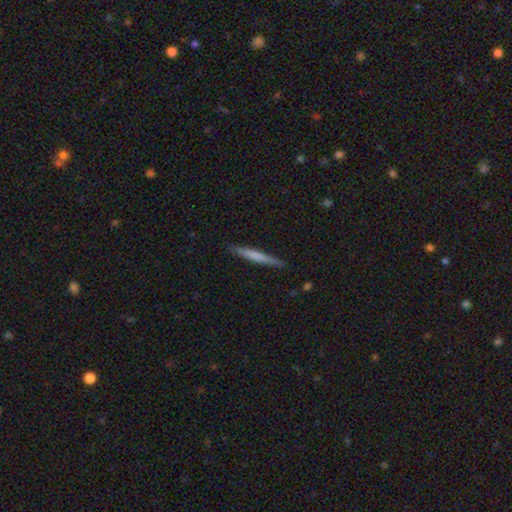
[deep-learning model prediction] Morphology: type=smooth (59%); roundness=cigar-shaped (96%); merging=none (88%).